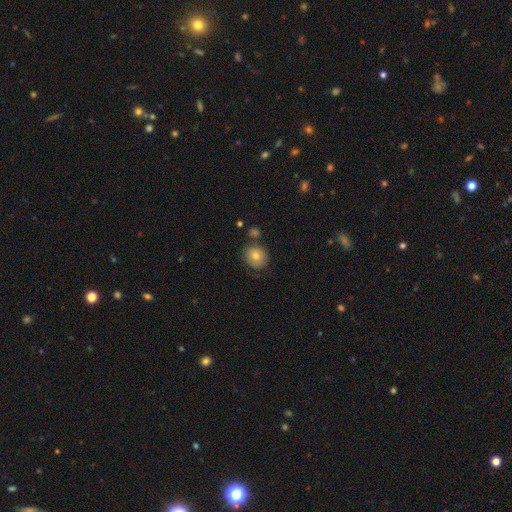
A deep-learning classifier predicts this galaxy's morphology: This is likely a smooth galaxy (74%). How rounded: clearly round (83%). Merging: likely none (71%).